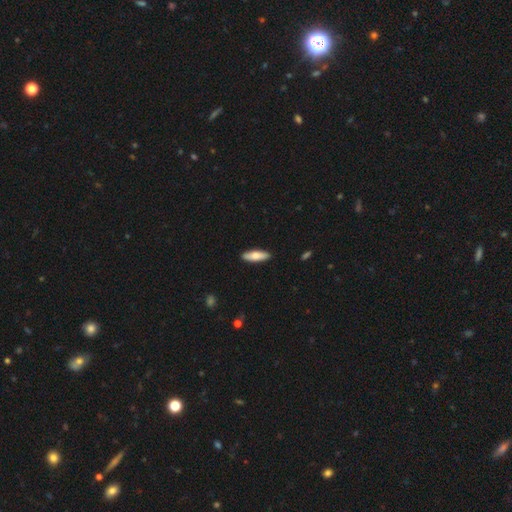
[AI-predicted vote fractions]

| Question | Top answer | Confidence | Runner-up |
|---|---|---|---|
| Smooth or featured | smooth | 74% | featured or disk (21%) |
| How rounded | cigar-shaped | 53% | in between (46%) |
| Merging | none | 90% | minor disturbance (8%) |